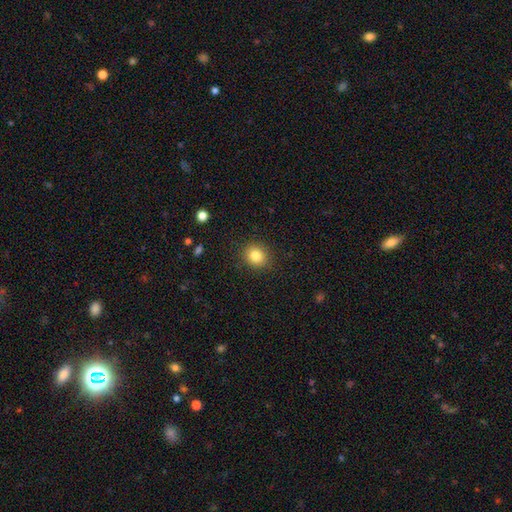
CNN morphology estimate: smooth_or_featured: smooth (p=0.84) [alt: star or artifact p=0.10]
how_rounded: round (p=0.75) [alt: in between p=0.25]
merging: none (p=0.88) [alt: minor disturbance p=0.08]